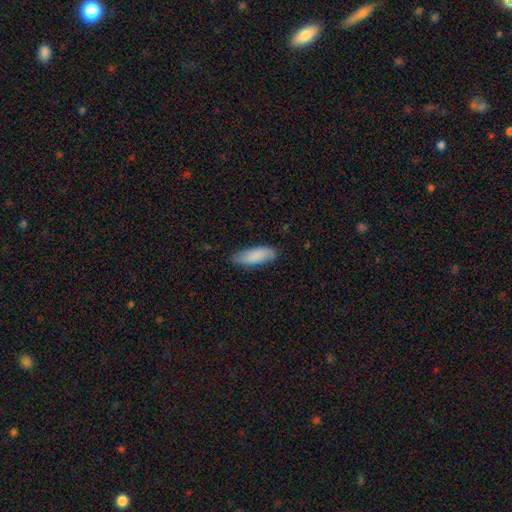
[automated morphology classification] Smooth or featured? smooth (86%)
How rounded? in between (64%)
Merging? none (79%)